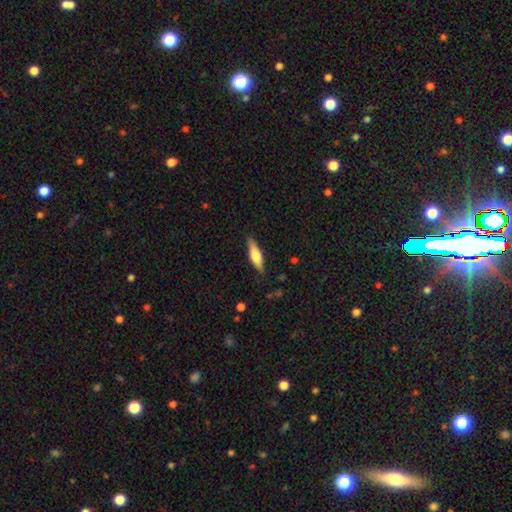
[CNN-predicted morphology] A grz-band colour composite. It shows a smooth galaxy with no disk features (53%) that is cigar-shaped (61%). Merging: none (85%).